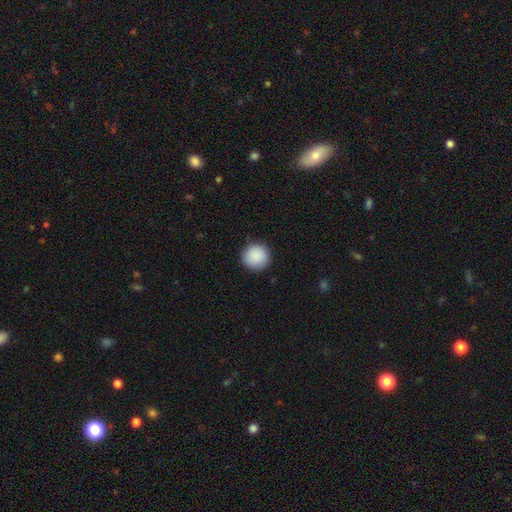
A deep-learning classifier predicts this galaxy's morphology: Smooth or featured? smooth (90%)
How rounded? round (95%)
Merging? none (90%)